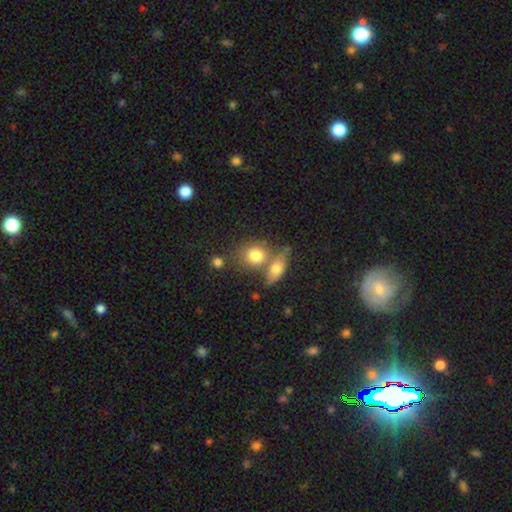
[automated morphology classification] A smooth galaxy with no disk features (78%) that is round (62%).

Vote fractions:
- Smooth or featured? smooth: 78% / featured or disk: 12% / star or artifact: 9%
- How rounded? round: 62% / in between: 36% / cigar-shaped: 2%
- Merging? none: 46% / merger: 39% / minor disturbance: 11% / major disturbance: 5%